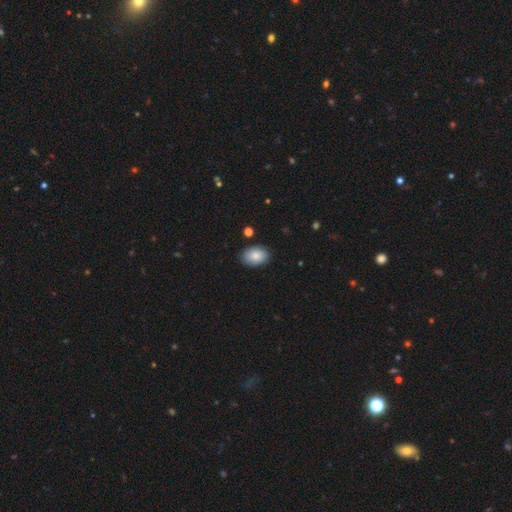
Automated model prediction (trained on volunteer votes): Q: Smooth or featured?
A: smooth (86%); runner-up: star or artifact (7%)
Q: How rounded?
A: in between (86%); runner-up: round (13%)
Q: Merging?
A: none (86%); runner-up: minor disturbance (10%)